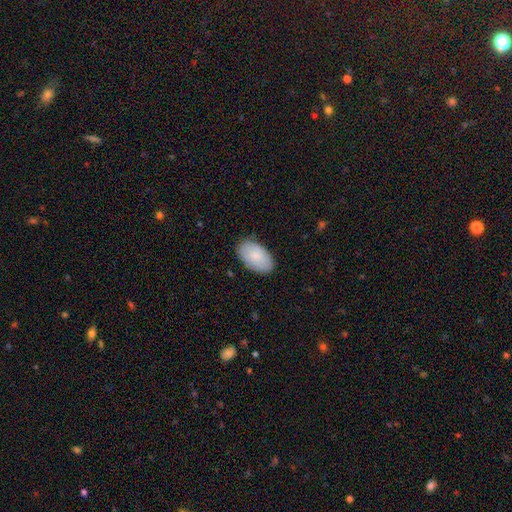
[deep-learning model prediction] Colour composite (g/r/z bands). It shows a smooth galaxy with no disk features (80%) that is in between round and cigar-shaped (94%). Merging: none (83%).